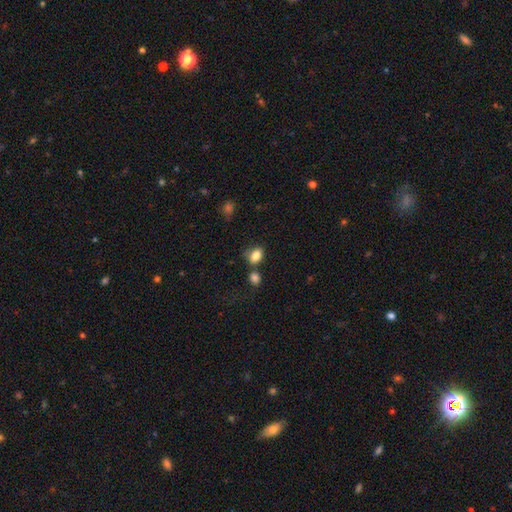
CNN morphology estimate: Smooth or featured? Predicted: smooth (p=0.84). How rounded? Predicted: in between (p=0.75). Merging? Predicted: none (p=0.57).